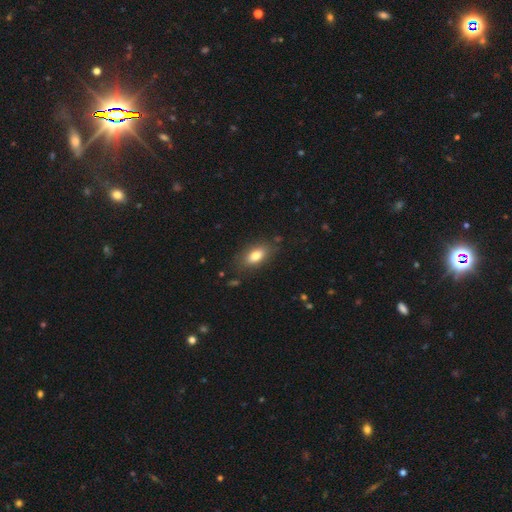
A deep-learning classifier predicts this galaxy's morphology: Smooth or featured?
  - smooth: 79% *
  - featured or disk: 13%
  - star or artifact: 8%
How rounded?
  - in between: 87% *
  - cigar-shaped: 8%
  - round: 5%
Merging?
  - none: 81% *
  - minor disturbance: 13%
  - major disturbance: 4%
  - merger: 2%